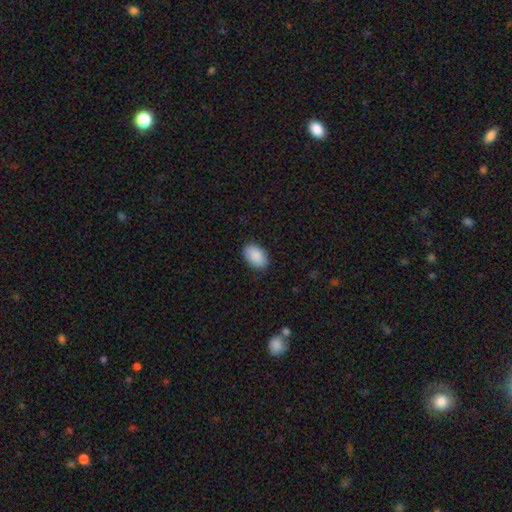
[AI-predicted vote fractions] This is clearly a smooth galaxy (90%). How rounded: clearly in between (91%). Merging: clearly none (88%).